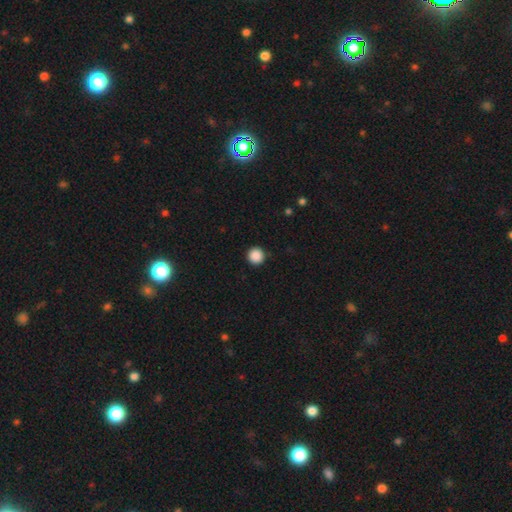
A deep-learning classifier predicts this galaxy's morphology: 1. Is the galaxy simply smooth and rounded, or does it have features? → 89% smooth, 9% star or artifact, 2% featured or disk.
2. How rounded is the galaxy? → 96% round, 3% in between, 1% cigar-shaped.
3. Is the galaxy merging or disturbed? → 93% none, 4% minor disturbance, 2% major disturbance, 1% merger.